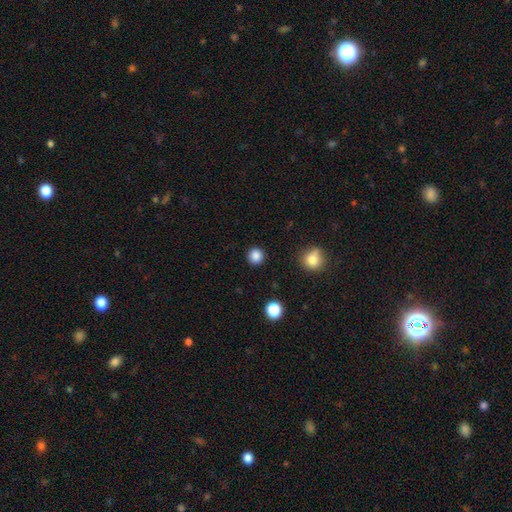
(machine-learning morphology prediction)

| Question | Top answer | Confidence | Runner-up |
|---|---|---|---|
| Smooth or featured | smooth | 86% | star or artifact (11%) |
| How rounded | round | 93% | in between (6%) |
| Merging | none | 91% | minor disturbance (5%) |